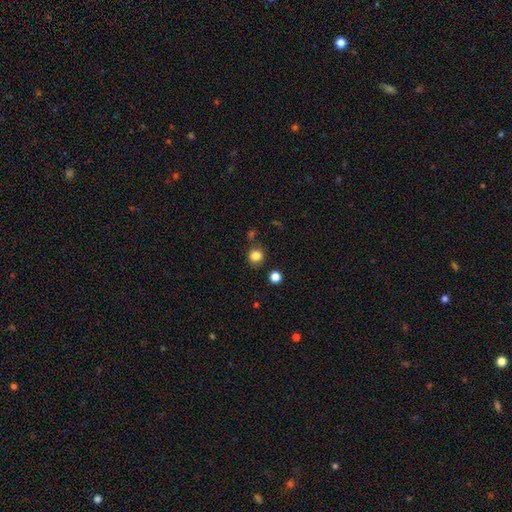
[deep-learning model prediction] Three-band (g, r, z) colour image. It shows a smooth galaxy with no disk features (83%) that is round (91%). Merging: none (83%).